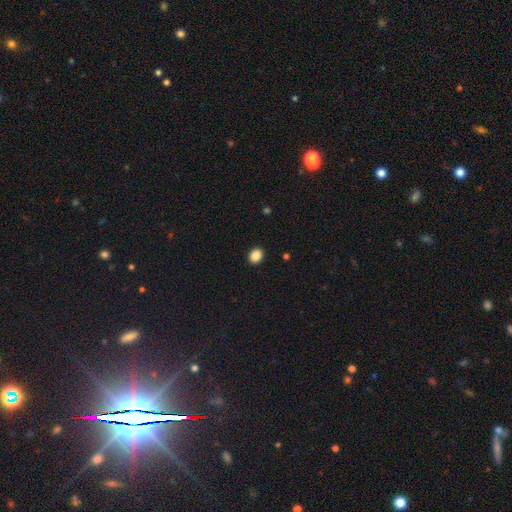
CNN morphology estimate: Smooth or featured?
  - smooth: 87% *
  - star or artifact: 9%
  - featured or disk: 3%
How rounded?
  - round: 56% *
  - in between: 43%
  - cigar-shaped: 1%
Merging?
  - none: 92% *
  - minor disturbance: 5%
  - major disturbance: 2%
  - merger: 1%